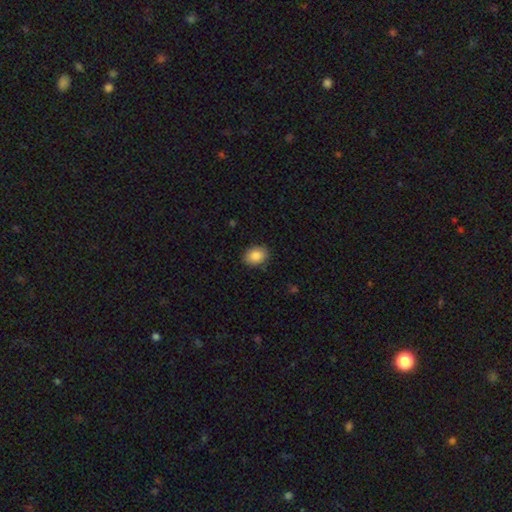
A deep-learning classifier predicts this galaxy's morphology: type=smooth (87%); roundness=in between (68%); merging=none (85%).